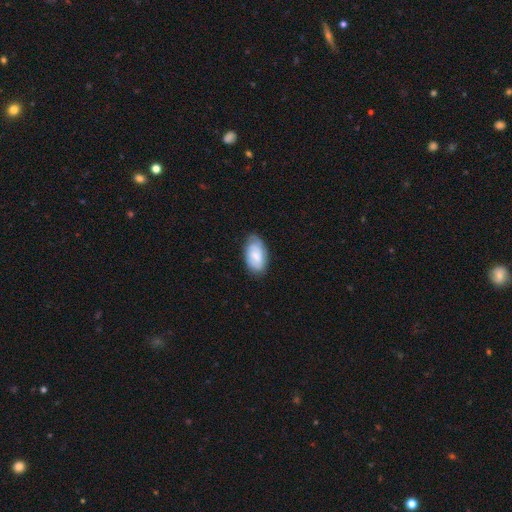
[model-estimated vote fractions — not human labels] Overall: smooth (56%; featured or disk 37%). How rounded: in between (94%). Merging: none (69%).